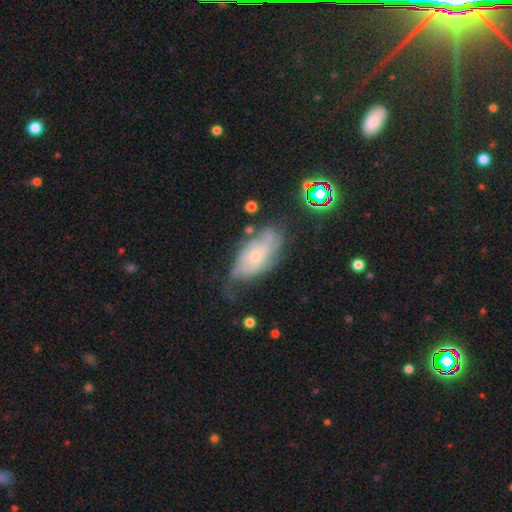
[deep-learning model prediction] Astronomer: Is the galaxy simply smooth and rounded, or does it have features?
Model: featured or disk — 65%.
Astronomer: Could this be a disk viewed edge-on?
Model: no — 92%.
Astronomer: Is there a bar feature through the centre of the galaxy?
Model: no — 74%.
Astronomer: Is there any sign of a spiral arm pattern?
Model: yes — 83%.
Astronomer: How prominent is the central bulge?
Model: small — 56% (runner-up: moderate, 32%).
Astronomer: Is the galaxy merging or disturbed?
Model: none — 46% (runner-up: minor disturbance, 31%).